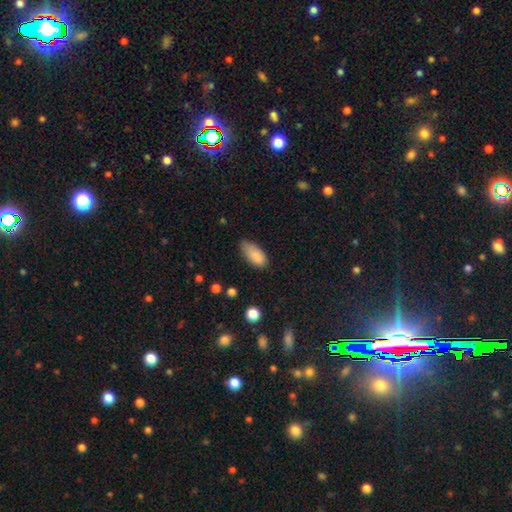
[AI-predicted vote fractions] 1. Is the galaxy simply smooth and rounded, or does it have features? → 86% smooth, 8% star or artifact, 6% featured or disk.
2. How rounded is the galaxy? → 89% in between, 9% cigar-shaped, 3% round.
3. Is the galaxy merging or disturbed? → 49% none, 40% minor disturbance, 9% major disturbance, 2% merger.